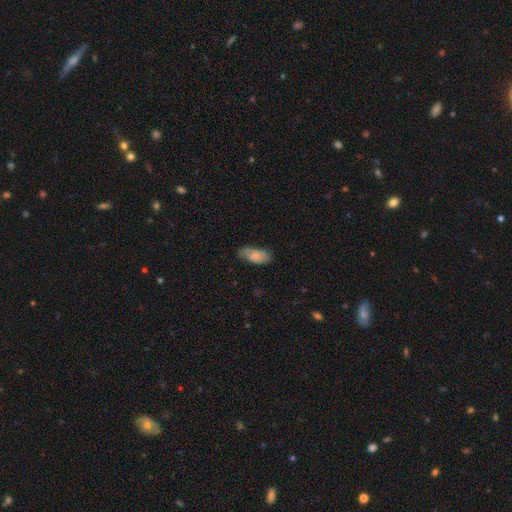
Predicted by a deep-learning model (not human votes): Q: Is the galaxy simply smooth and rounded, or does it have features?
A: smooth — 71%.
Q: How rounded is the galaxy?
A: in between — 89%.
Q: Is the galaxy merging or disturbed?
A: none — 69%.